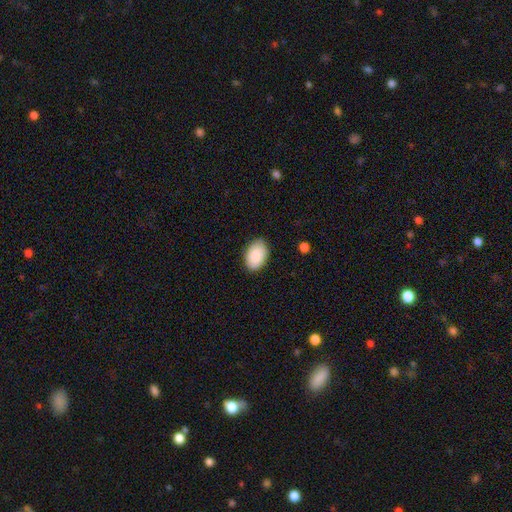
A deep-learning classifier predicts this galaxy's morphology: Overall: smooth (88%). How rounded: in between (90%). Merging: none (84%).